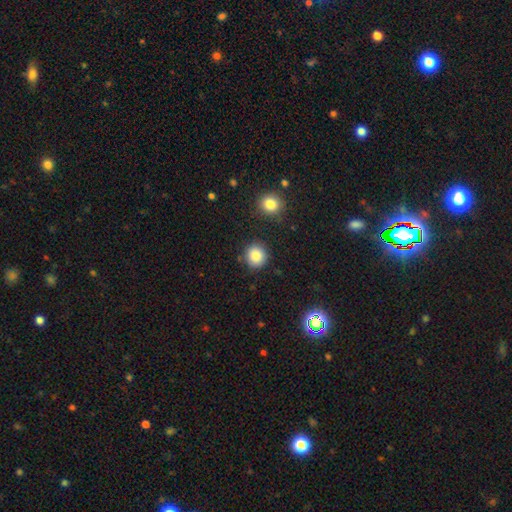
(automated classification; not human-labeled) This is clearly a smooth galaxy (86%). How rounded: clearly round (91%). Merging: clearly none (86%).